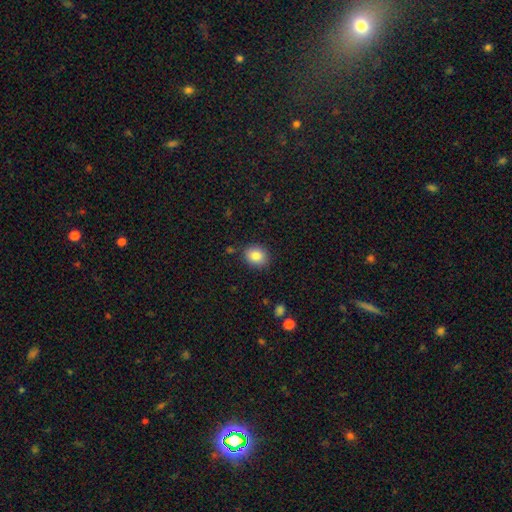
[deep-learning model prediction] Smooth or featured? smooth (85%)
How rounded? round (62%)
Merging? none (85%)